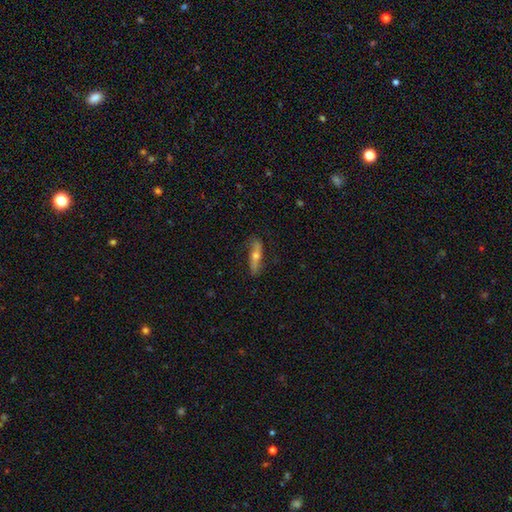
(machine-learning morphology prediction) type=featured or disk (51%); edge-on=yes (70%); merging=none (81%).